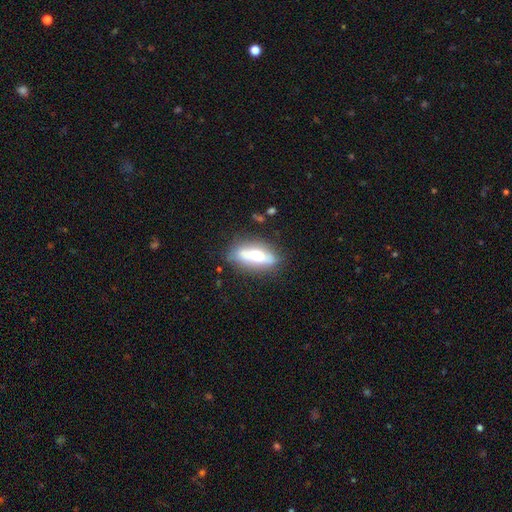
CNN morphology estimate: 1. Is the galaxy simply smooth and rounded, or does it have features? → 56% smooth, 37% featured or disk, 7% star or artifact.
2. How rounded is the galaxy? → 66% in between, 30% cigar-shaped, 3% round.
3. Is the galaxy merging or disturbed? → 70% none, 19% minor disturbance, 6% major disturbance, 5% merger.